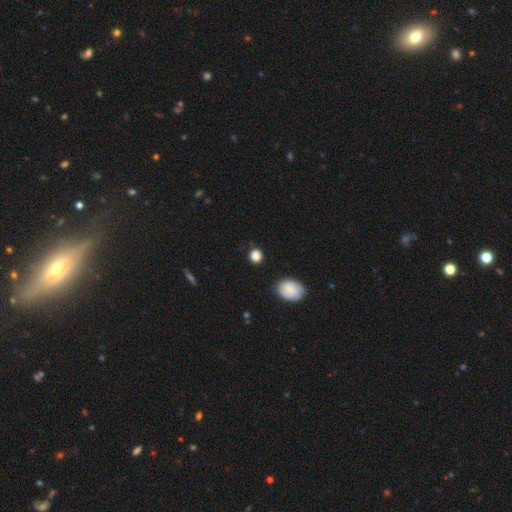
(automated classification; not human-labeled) This appears to be a smooth galaxy with no disk features (83%) that is round (85%). Merging: none (85%).